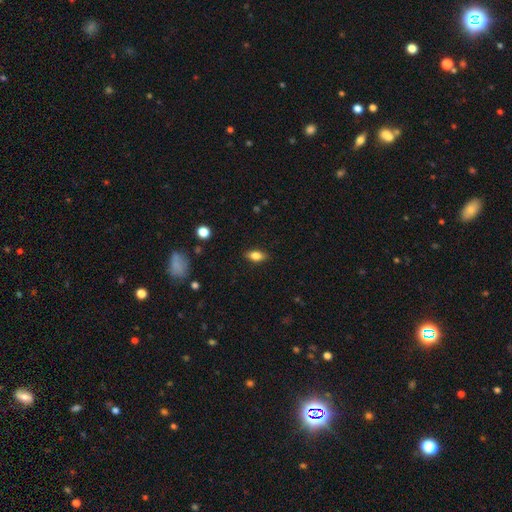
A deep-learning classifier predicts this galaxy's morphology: A smooth galaxy with no disk features (79%) that is in between round and cigar-shaped (85%).

Vote fractions:
- Smooth or featured? smooth: 79% / featured or disk: 13% / star or artifact: 8%
- How rounded? in between: 85% / cigar-shaped: 9% / round: 6%
- Merging? none: 87% / minor disturbance: 10% / major disturbance: 2% / merger: 1%